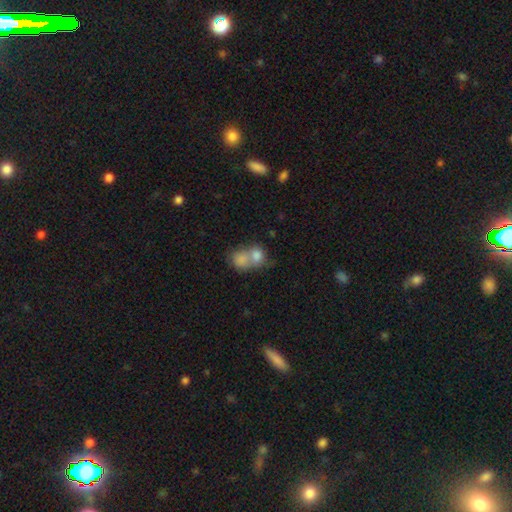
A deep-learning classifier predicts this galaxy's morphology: Smooth or featured? Predicted: smooth (p=0.80). How rounded? Predicted: round (p=0.61). Merging? Predicted: merger (p=0.69).